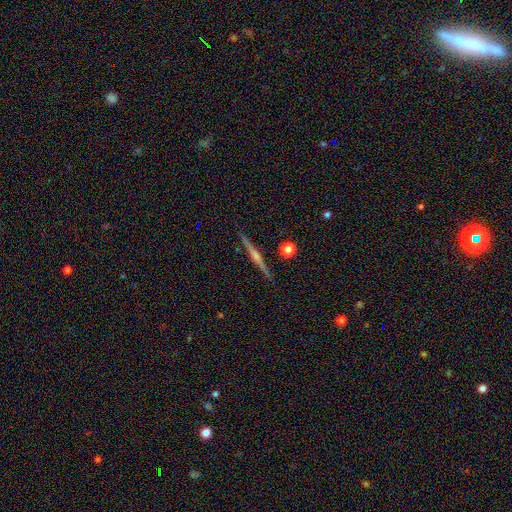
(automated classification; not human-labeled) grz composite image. It shows a featured or disk galaxy (77%) viewed edge-on (98%) with a rounded central bulge (75%). Merging: none (91%).